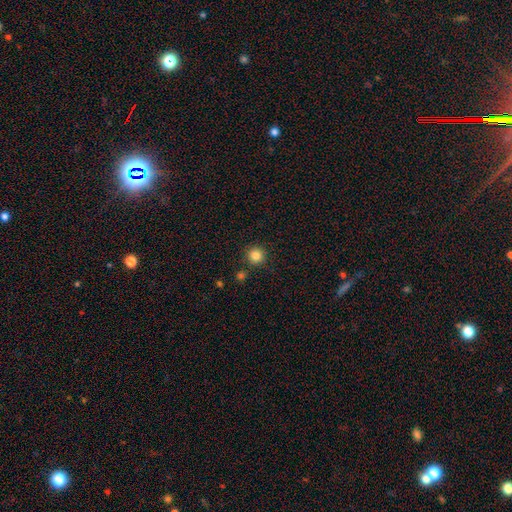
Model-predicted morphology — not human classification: This is clearly a smooth galaxy (85%). How rounded: clearly round (95%). Merging: clearly none (87%).